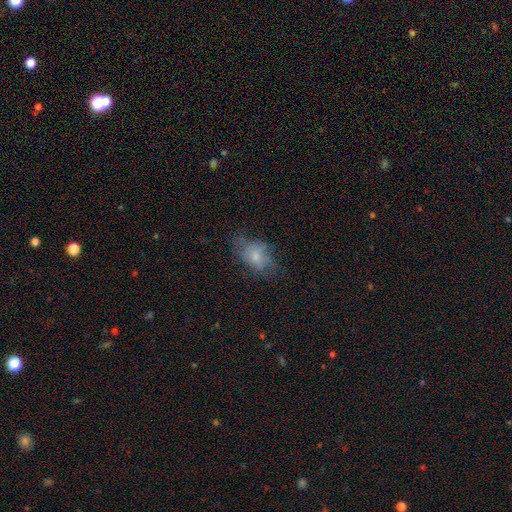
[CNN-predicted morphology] Smooth or featured? smooth (58%)
How rounded? in between (84%)
Merging? none (47%)